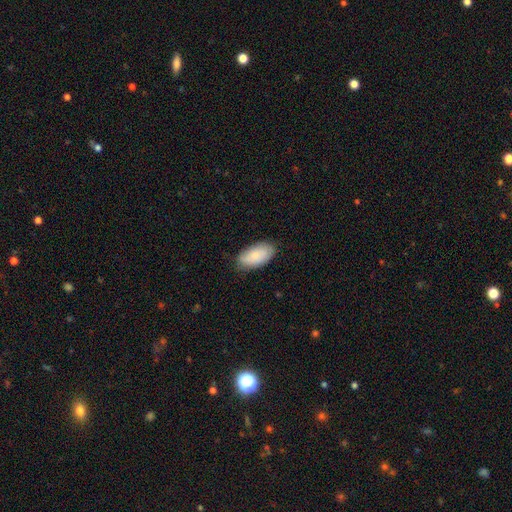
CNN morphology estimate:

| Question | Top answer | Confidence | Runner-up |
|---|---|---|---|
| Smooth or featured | smooth | 79% | featured or disk (15%) |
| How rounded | in between | 95% | round (3%) |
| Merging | none | 78% | minor disturbance (18%) |